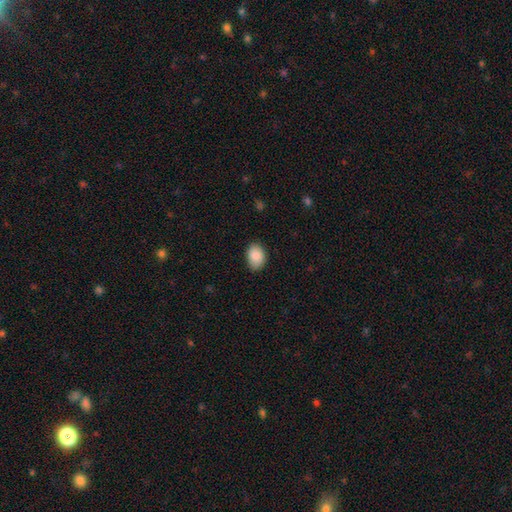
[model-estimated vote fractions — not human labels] smooth_or_featured: smooth (p=0.89) [alt: star or artifact p=0.07]
how_rounded: in between (p=0.77) [alt: round p=0.22]
merging: none (p=0.82) [alt: minor disturbance p=0.15]